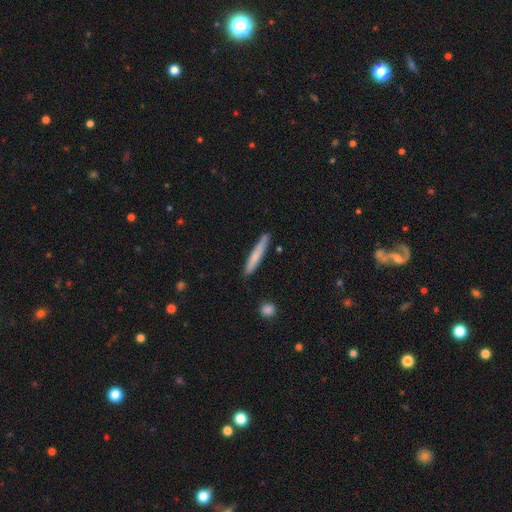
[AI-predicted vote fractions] Overall: smooth (73%). How rounded: cigar-shaped (95%). Merging: none (87%).